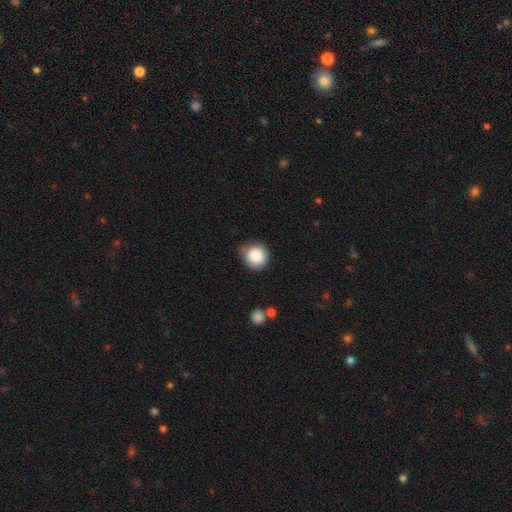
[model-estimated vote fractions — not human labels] Smooth or featured? Predicted: smooth (p=0.87). How rounded? Predicted: round (p=0.86). Merging? Predicted: none (p=0.65).